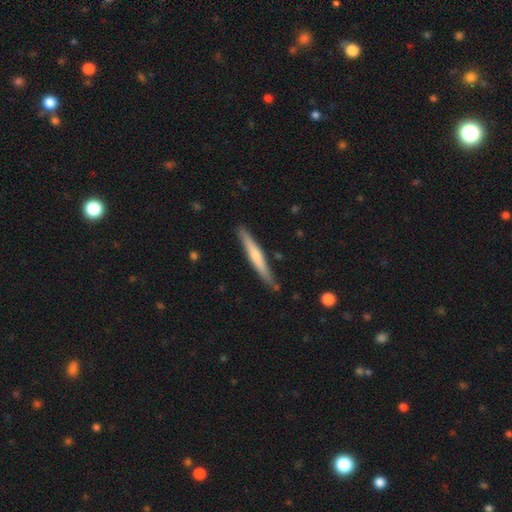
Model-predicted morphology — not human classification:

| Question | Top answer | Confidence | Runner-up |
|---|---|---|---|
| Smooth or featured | smooth | 52% | featured or disk (42%) |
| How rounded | cigar-shaped | 95% | in between (3%) |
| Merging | none | 84% | minor disturbance (12%) |